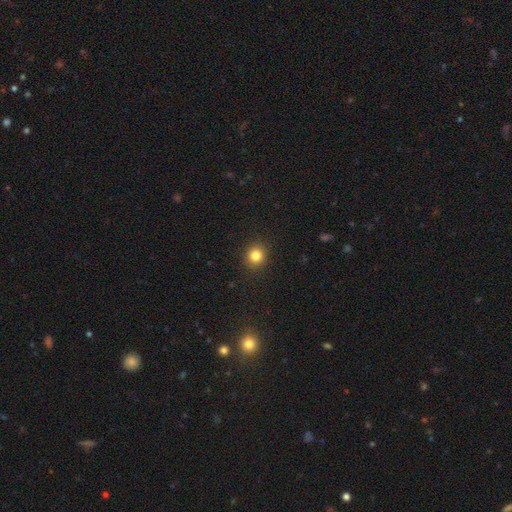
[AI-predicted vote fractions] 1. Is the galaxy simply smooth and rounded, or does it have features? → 83% smooth, 12% star or artifact, 5% featured or disk.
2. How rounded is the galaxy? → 87% round, 12% in between, 1% cigar-shaped.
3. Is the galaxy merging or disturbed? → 91% none, 6% minor disturbance, 2% major disturbance, 1% merger.